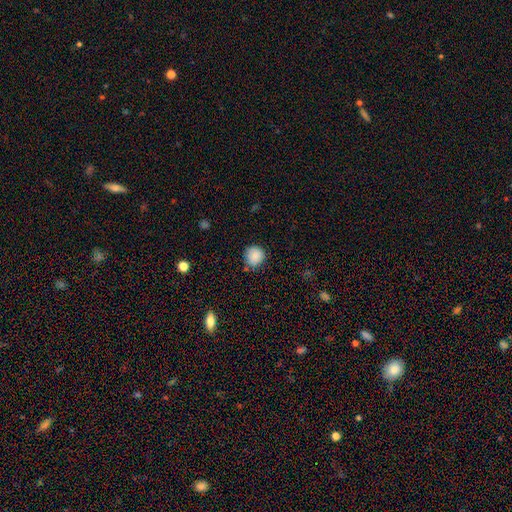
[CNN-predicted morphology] smooth 88%, star or artifact 9%, featured or disk 4%. Down the decision tree: how rounded — round (89%); merging — none (78%).